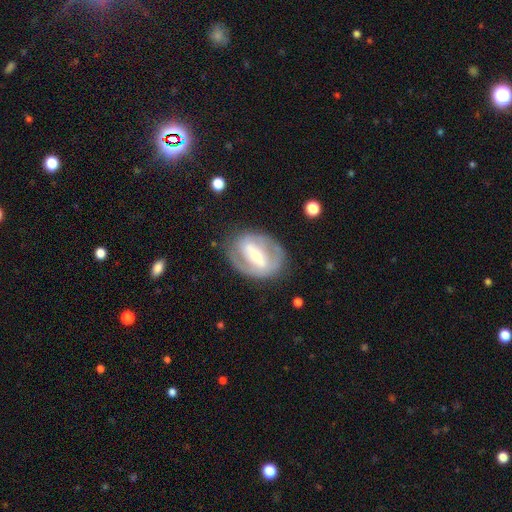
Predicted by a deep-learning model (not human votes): featured or disk 73%, smooth 21%, star or artifact 6%. Down the decision tree: edge-on disk — no (94%); bar — strong (59%); spiral arms — yes (57%); bulge size — moderate (50%); merging — none (74%).